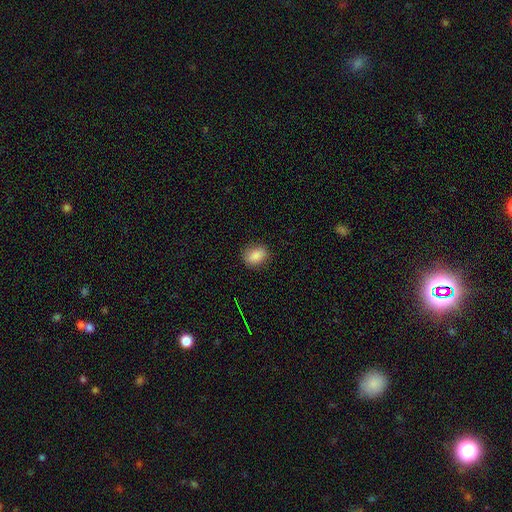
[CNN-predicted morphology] A smooth galaxy with no disk features (85%) that is in between round and cigar-shaped (71%). Merging: none (82%).